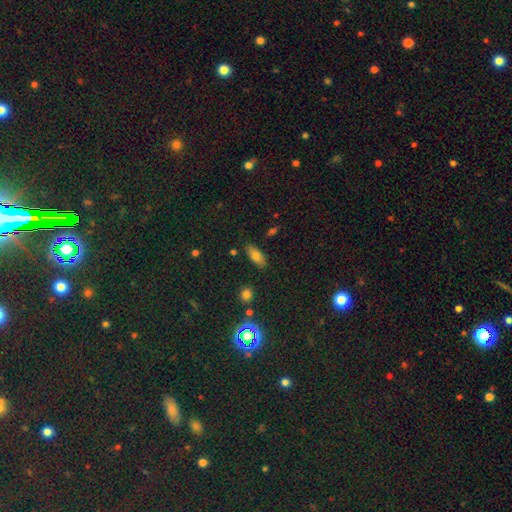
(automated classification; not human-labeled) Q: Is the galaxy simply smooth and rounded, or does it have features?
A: smooth — 75%.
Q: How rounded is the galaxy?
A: in between — 84%.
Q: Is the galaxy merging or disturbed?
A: none — 82%.